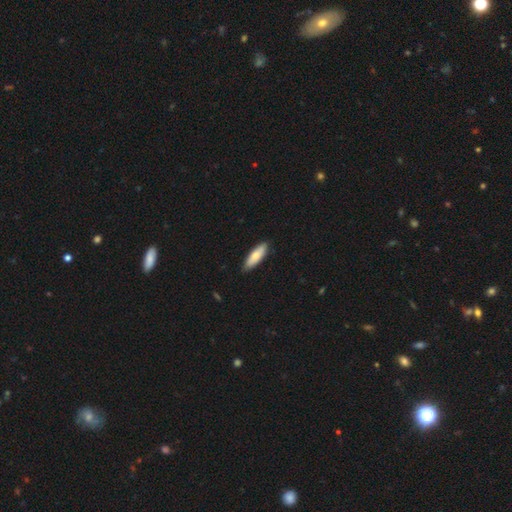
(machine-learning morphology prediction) Smooth or featured? Predicted: smooth (p=0.75). How rounded? Predicted: cigar-shaped (p=0.49, tied with in between). Merging? Predicted: none (p=0.87).